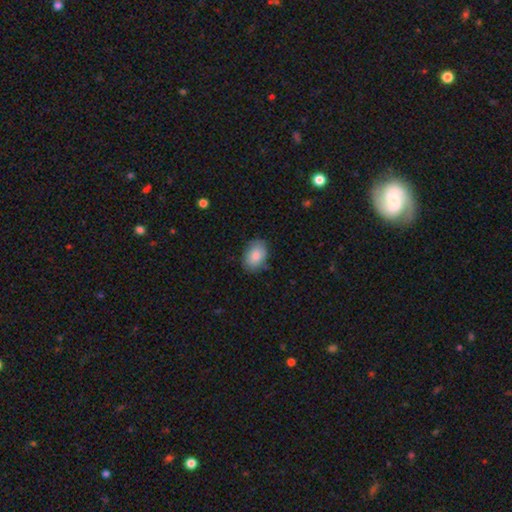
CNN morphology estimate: A smooth galaxy with no disk features (86%) that is in between round and cigar-shaped (82%).

Vote fractions:
- Smooth or featured? smooth: 86% / featured or disk: 8% / star or artifact: 7%
- How rounded? in between: 82% / round: 17% / cigar-shaped: 1%
- Merging? none: 80% / minor disturbance: 15% / major disturbance: 3% / merger: 1%